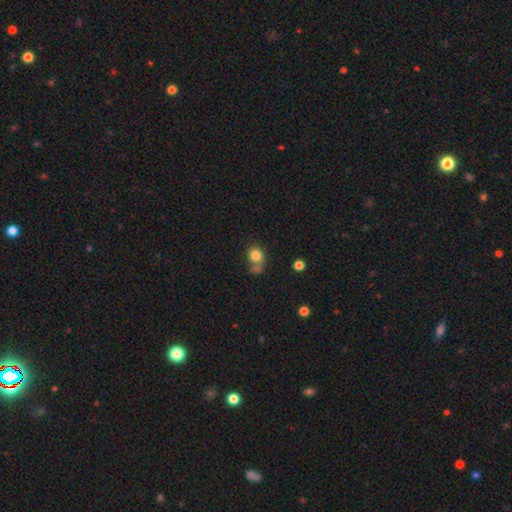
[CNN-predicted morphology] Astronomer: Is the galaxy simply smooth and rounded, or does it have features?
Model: smooth — 81%.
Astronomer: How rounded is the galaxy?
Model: round — 67%.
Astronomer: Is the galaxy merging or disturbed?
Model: none — 47% (runner-up: merger, 27%).